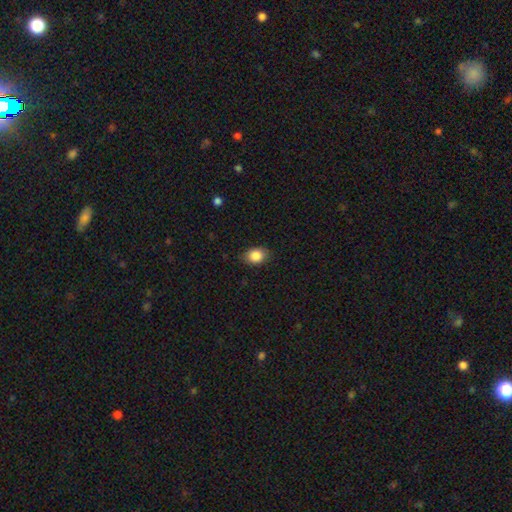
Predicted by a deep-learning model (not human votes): The model was most divided on "how rounded": in between: 67%, round: 32%, cigar-shaped: 1%. More confident: smooth or featured — smooth (86%); merging — none (84%).